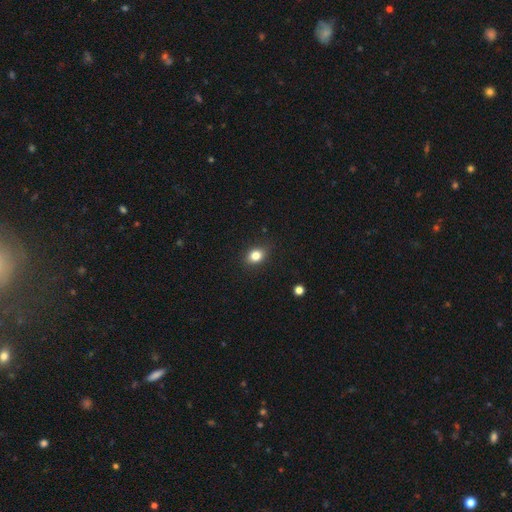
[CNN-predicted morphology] Smooth or featured? Predicted: smooth (p=0.82). How rounded? Predicted: in between (p=0.53). Merging? Predicted: none (p=0.86).